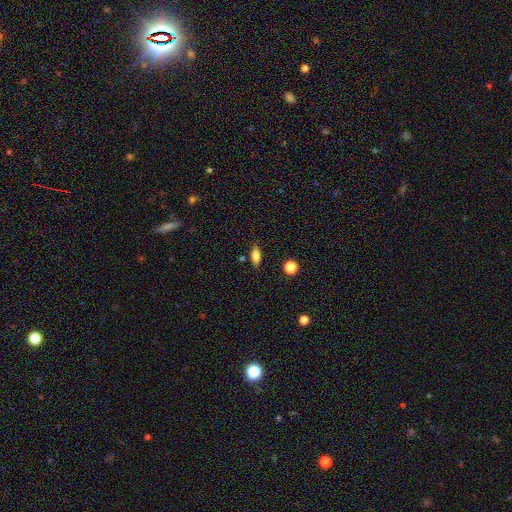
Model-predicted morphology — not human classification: The model was most divided on "merging": none: 82%, minor disturbance: 12%, major disturbance: 3%, merger: 2%. More confident: how rounded — in between (83%); smooth or featured — smooth (81%).